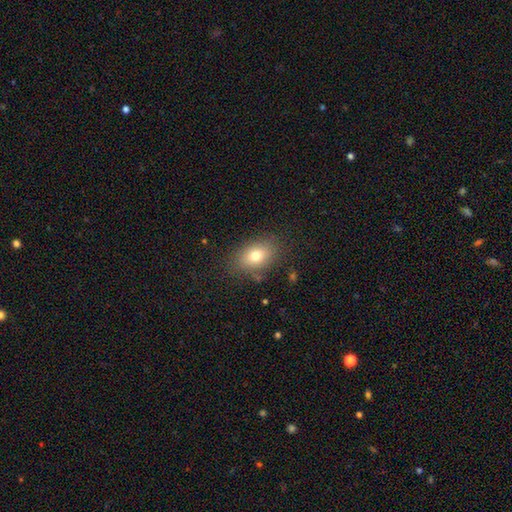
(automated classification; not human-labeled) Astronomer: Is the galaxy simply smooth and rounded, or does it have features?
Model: smooth — 75%.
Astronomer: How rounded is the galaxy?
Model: in between — 80%.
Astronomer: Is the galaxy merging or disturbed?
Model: none — 81%.